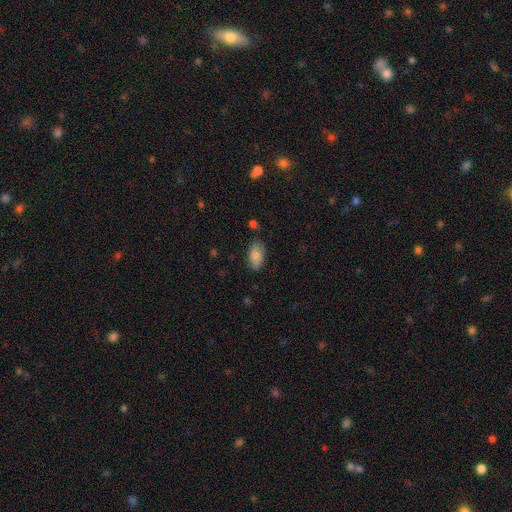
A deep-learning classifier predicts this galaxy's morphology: A smooth galaxy with no disk features (86%) that is in between round and cigar-shaped (93%).

Vote fractions:
- Smooth or featured? smooth: 86% / star or artifact: 7% / featured or disk: 7%
- How rounded? in between: 93% / round: 4% / cigar-shaped: 3%
- Merging? none: 76% / minor disturbance: 17% / major disturbance: 4% / merger: 2%